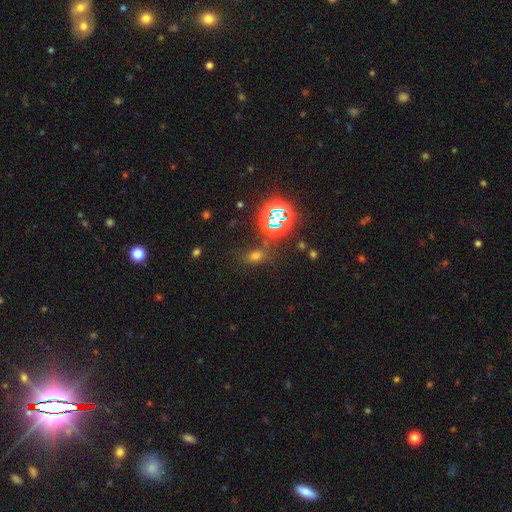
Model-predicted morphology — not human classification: smooth_or_featured: smooth (p=0.48) [alt: star or artifact p=0.44]
merging: none (p=0.73) [alt: minor disturbance p=0.14]